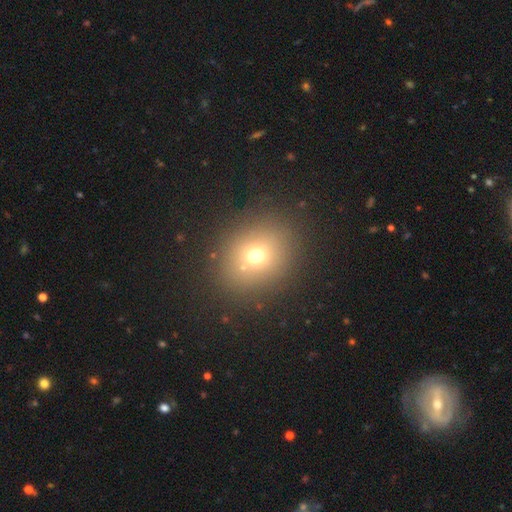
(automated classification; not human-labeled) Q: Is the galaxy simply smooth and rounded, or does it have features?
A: smooth — 68%.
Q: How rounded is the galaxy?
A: round — 70%.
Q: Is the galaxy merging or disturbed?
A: none — 83%.